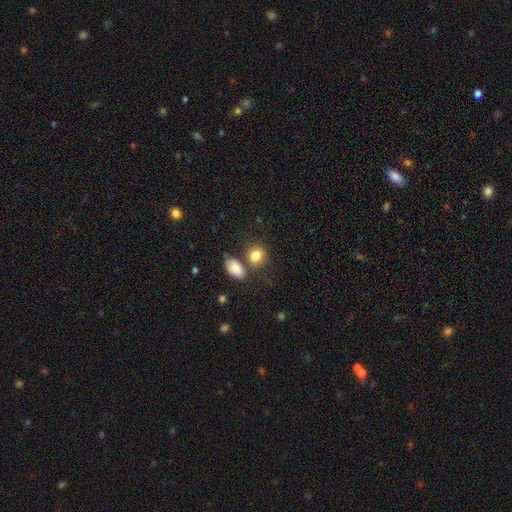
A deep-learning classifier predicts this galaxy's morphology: Smooth or featured? Predicted: smooth (p=0.84). How rounded? Predicted: round (p=0.55). Merging? Predicted: none (p=0.61).